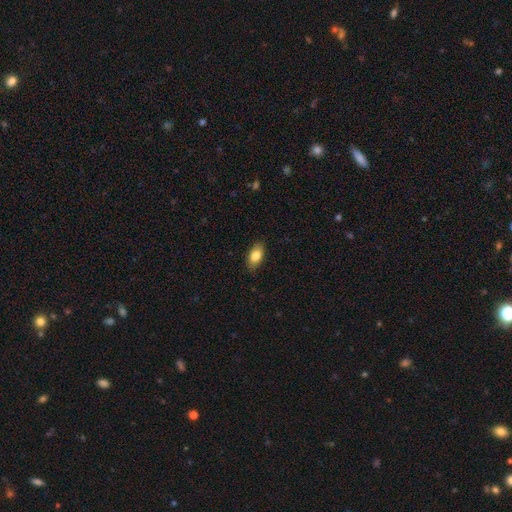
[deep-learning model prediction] Smooth or featured? smooth (81%)
How rounded? in between (89%)
Merging? none (88%)